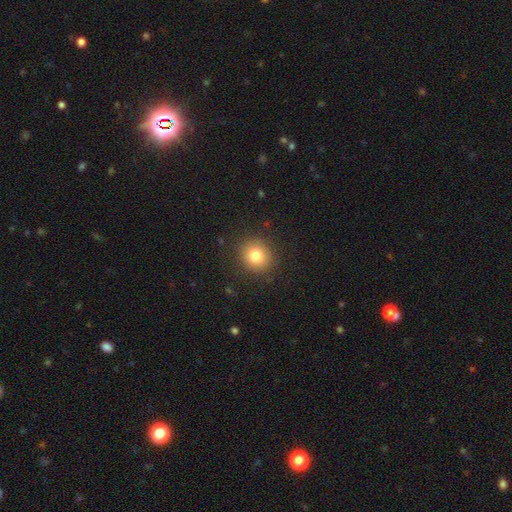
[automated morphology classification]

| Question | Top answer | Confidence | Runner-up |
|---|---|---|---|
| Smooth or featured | smooth | 81% | star or artifact (11%) |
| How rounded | round | 86% | in between (13%) |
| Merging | none | 88% | minor disturbance (8%) |